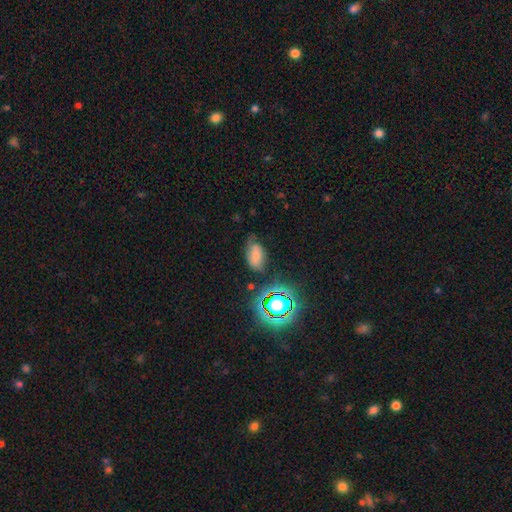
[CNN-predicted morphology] This appears to be a smooth galaxy with no disk features (59%) that is in between round and cigar-shaped (90%). Merging: none (54%).